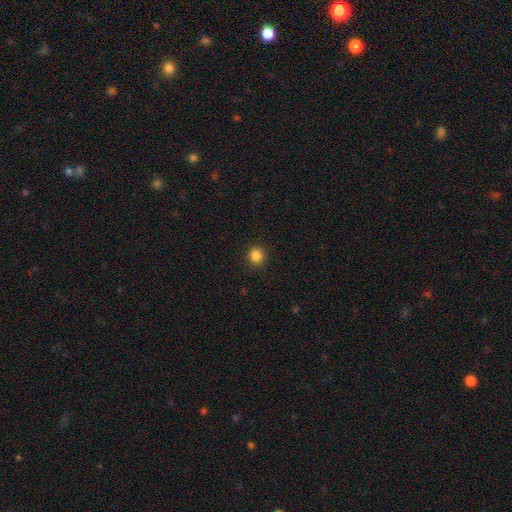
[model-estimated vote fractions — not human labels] The model was most divided on "smooth or featured": smooth: 85%, star or artifact: 11%, featured or disk: 4%. More confident: how rounded — round (93%); merging — none (92%).